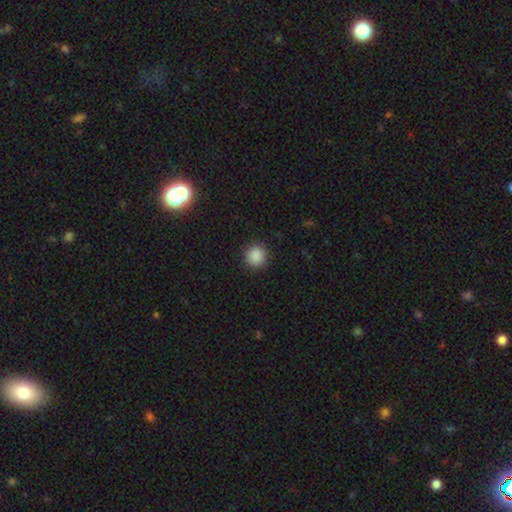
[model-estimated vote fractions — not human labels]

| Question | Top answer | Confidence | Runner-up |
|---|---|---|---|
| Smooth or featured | smooth | 88% | star or artifact (10%) |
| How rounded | round | 94% | in between (5%) |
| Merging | none | 92% | minor disturbance (6%) |